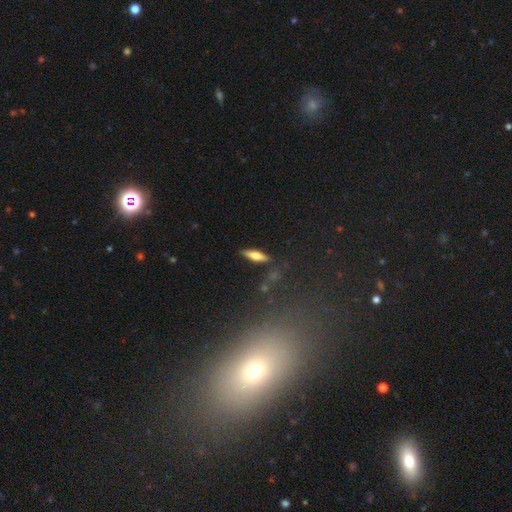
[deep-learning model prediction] Q: Smooth or featured?
A: smooth (59%); runner-up: featured or disk (34%)
Q: How rounded?
A: cigar-shaped (59%); runner-up: in between (38%)
Q: Merging?
A: none (85%); runner-up: minor disturbance (10%)